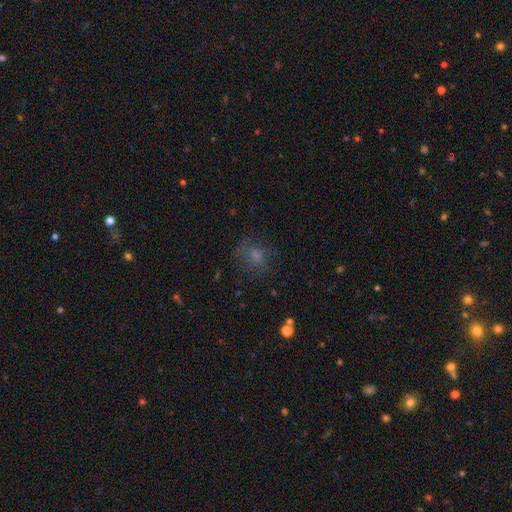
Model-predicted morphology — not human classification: A smooth galaxy with no disk features (63%) that is round (57%). Merging: none (63%).